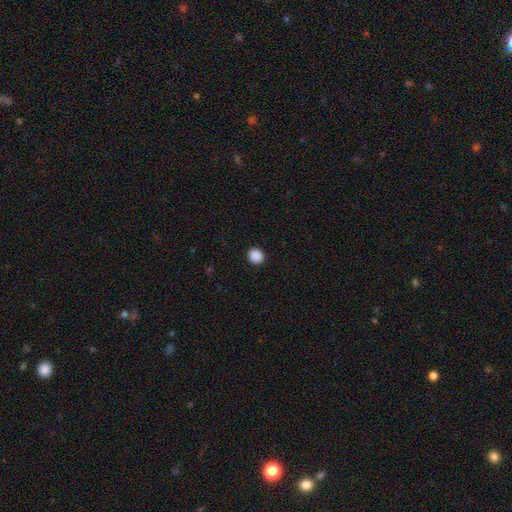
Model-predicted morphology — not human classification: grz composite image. It shows a smooth galaxy with no disk features (89%) that is round (87%). Merging: none (93%).